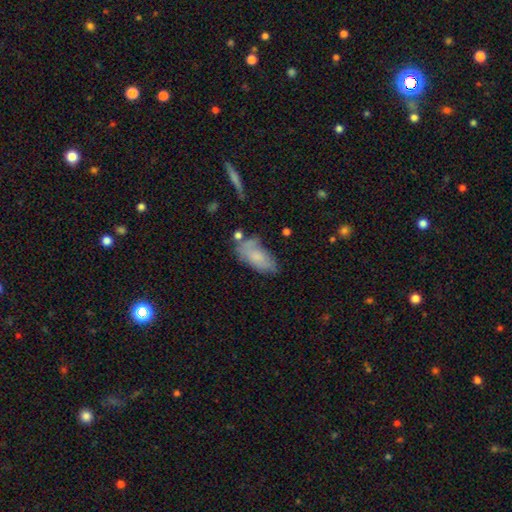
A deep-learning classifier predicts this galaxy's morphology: This is likely a smooth galaxy (73%). How rounded: clearly in between (88%). Merging: possibly none (50%).